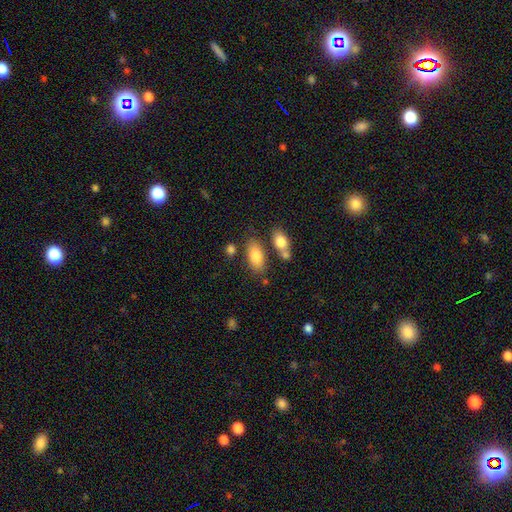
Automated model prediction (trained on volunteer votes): Overall: smooth (83%). How rounded: in between (89%). Merging: none (67%).